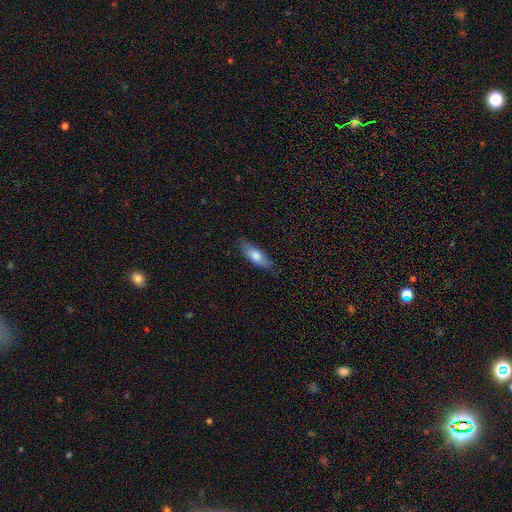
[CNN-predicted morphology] The model was most divided on "how rounded": in between: 57%, cigar-shaped: 41%, round: 2%. More confident: merging — none (80%); smooth or featured — smooth (73%).